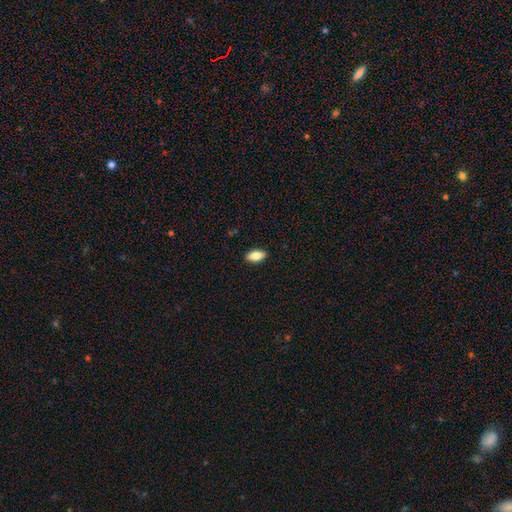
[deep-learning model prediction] Smooth or featured? smooth (84%)
How rounded? in between (89%)
Merging? none (90%)